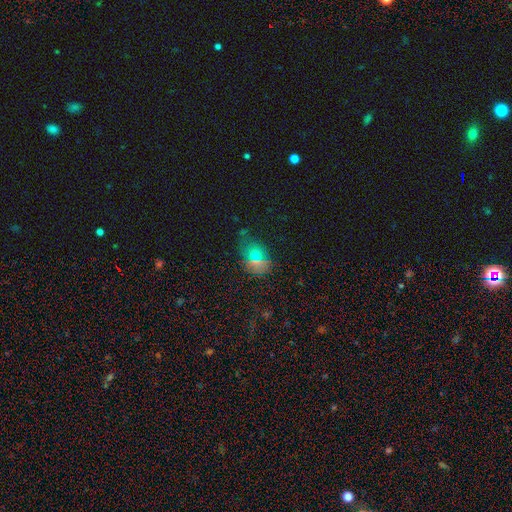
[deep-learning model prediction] smooth-or-featured: smooth: 59% | star or artifact: 30% | featured or disk: 11%
  how-rounded: in between: 67% | round: 30% | cigar-shaped: 3%
  merging: none: 73% | minor disturbance: 16% | major disturbance: 5% | merger: 5%